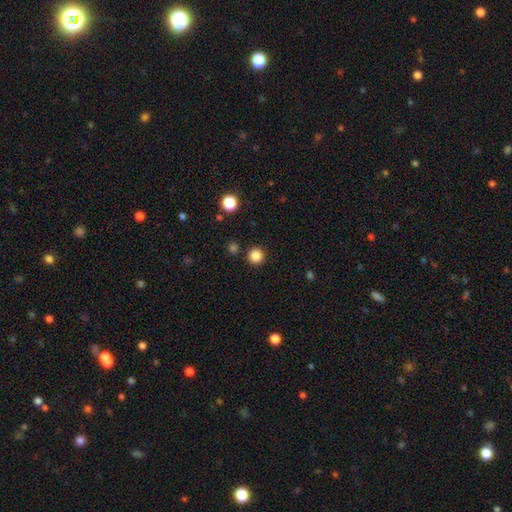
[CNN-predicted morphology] smooth_or_featured: smooth (p=0.85) [alt: star or artifact p=0.12]
how_rounded: round (p=0.95) [alt: in between p=0.04]
merging: none (p=0.91) [alt: minor disturbance p=0.05]